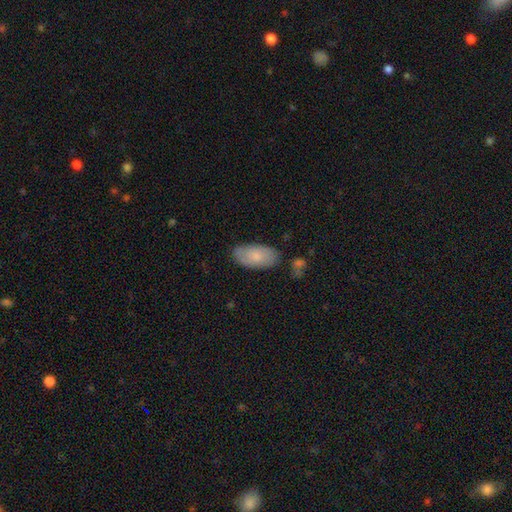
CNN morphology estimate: This is likely a smooth galaxy (76%). How rounded: clearly in between (93%). Merging: likely none (75%).